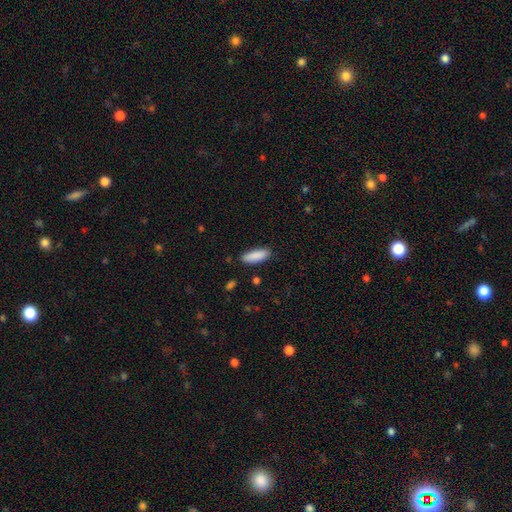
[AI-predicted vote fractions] Overall: smooth (90%). How rounded: in between (61%; cigar-shaped 37%). Merging: none (86%).